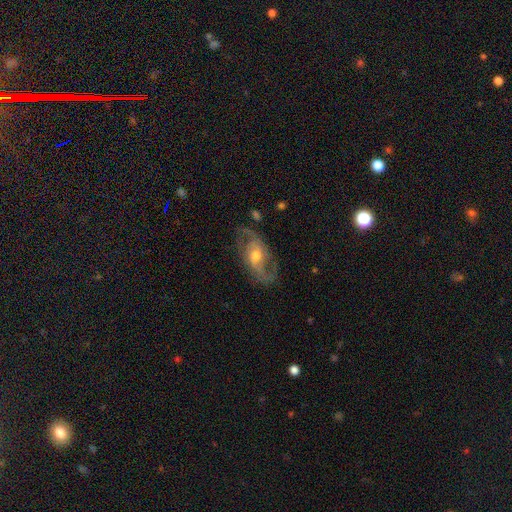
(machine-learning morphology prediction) This appears to be a featured or disk galaxy (83%) with no bar (52%), 2 (84%) medium (48%) spiral arms (92%) and a moderate central bulge (65%). Merging: none (71%).